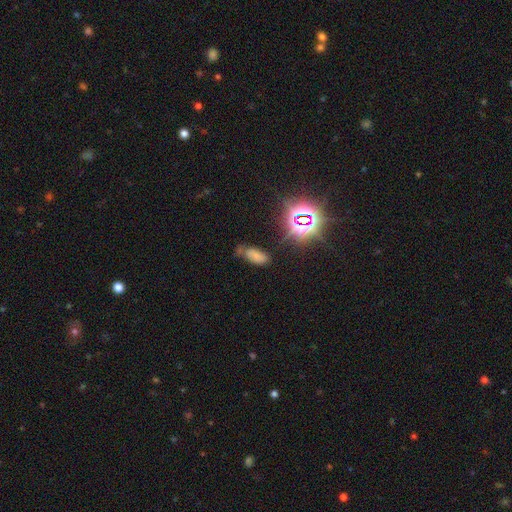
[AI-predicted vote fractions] Overall: smooth (58%; star or artifact 28%). How rounded: in between (86%). Merging: none (56%; minor disturbance 26%).